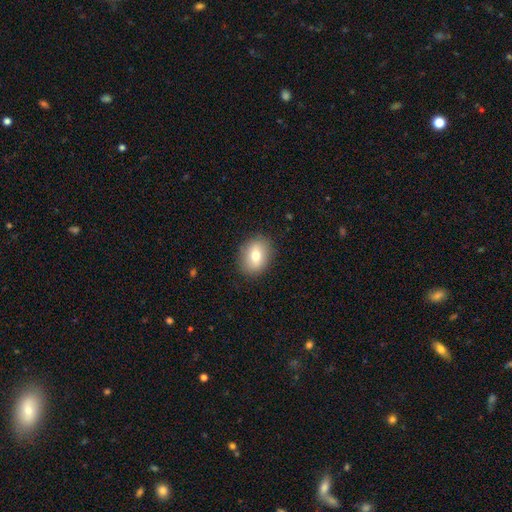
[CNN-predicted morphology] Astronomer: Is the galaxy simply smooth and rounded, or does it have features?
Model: smooth — 74%.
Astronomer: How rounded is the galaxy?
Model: in between — 61% (runner-up: round, 38%).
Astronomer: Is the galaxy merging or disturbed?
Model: none — 87%.